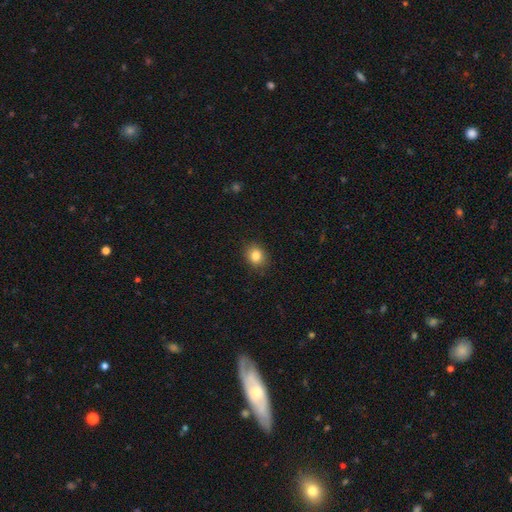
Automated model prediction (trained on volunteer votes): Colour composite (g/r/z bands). It shows a smooth galaxy with no disk features (83%) that is round (64%). Merging: none (88%).